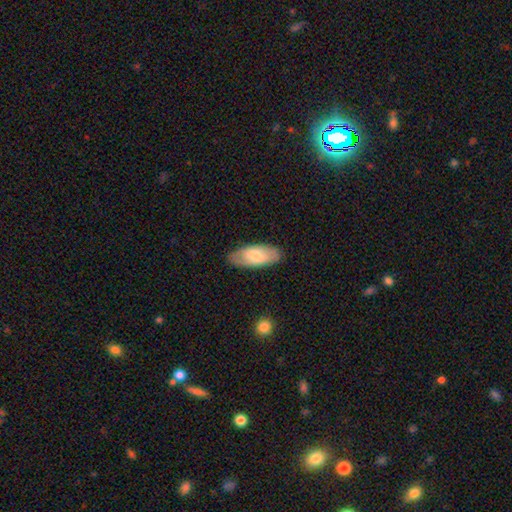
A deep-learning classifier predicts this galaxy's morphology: A smooth galaxy with no disk features (65%) that is in between round and cigar-shaped (87%). Merging: none (82%).